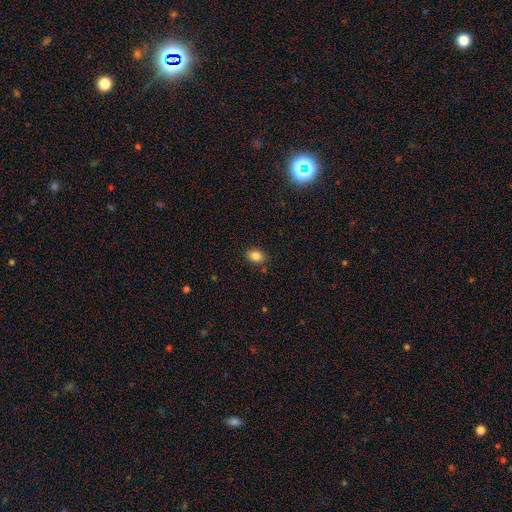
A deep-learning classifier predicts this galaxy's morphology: Q: Smooth or featured?
A: smooth (84%); runner-up: star or artifact (10%)
Q: How rounded?
A: in between (73%); runner-up: round (26%)
Q: Merging?
A: none (84%); runner-up: minor disturbance (11%)